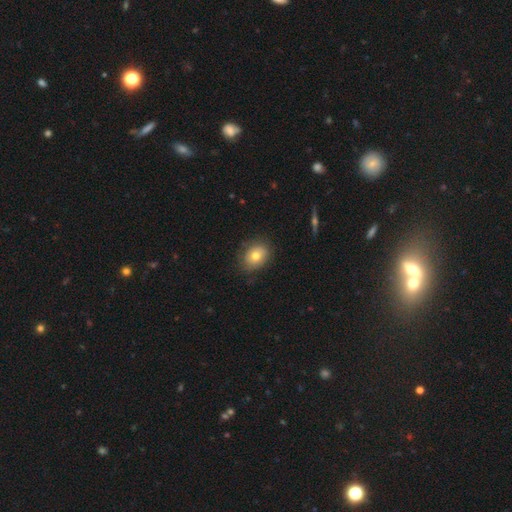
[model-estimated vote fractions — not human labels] Smooth or featured?
  - smooth: 73% *
  - featured or disk: 18%
  - star or artifact: 8%
How rounded?
  - in between: 56% *
  - round: 43%
  - cigar-shaped: 1%
Merging?
  - none: 79% *
  - minor disturbance: 16%
  - major disturbance: 4%
  - merger: 1%